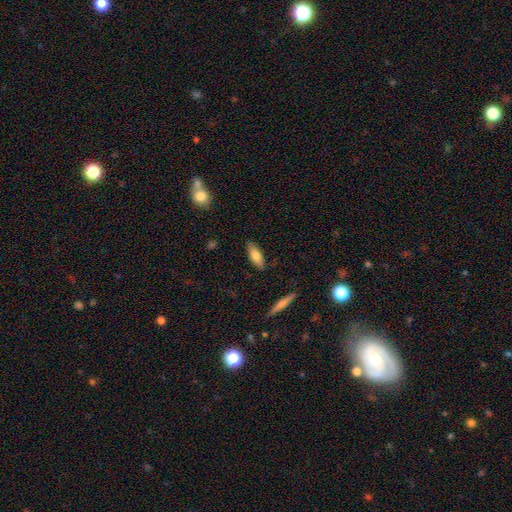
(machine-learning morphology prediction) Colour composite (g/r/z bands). It shows a smooth galaxy with no disk features (74%) that is in between round and cigar-shaped (68%). Merging: none (86%).